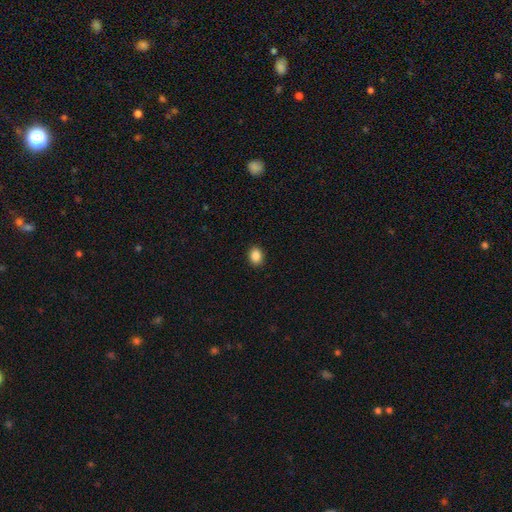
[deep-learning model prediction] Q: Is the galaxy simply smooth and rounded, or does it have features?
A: smooth — 87%.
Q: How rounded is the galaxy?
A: round — 51%.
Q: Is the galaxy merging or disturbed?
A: none — 90%.